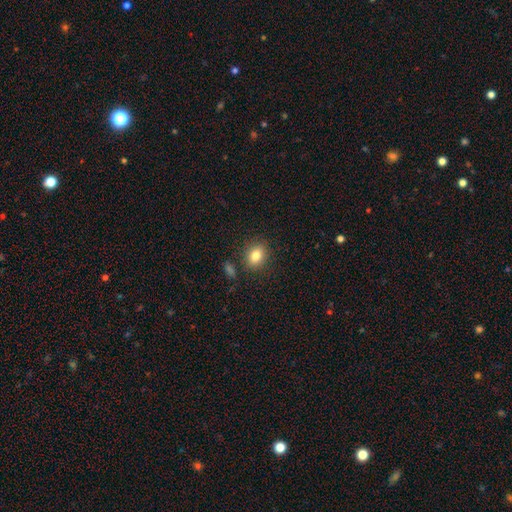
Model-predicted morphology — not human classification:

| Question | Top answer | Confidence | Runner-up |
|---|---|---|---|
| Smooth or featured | smooth | 82% | star or artifact (10%) |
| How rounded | in between | 59% | round (39%) |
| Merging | none | 83% | minor disturbance (10%) |